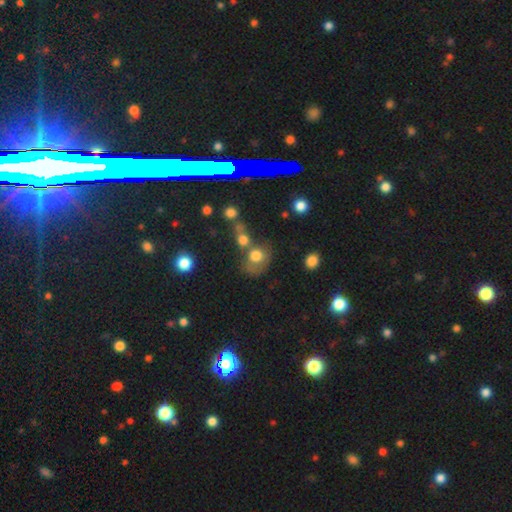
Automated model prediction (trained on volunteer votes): This is likely a smooth galaxy (69%). How rounded: possibly round (56%). Merging: marginally merger (43%).